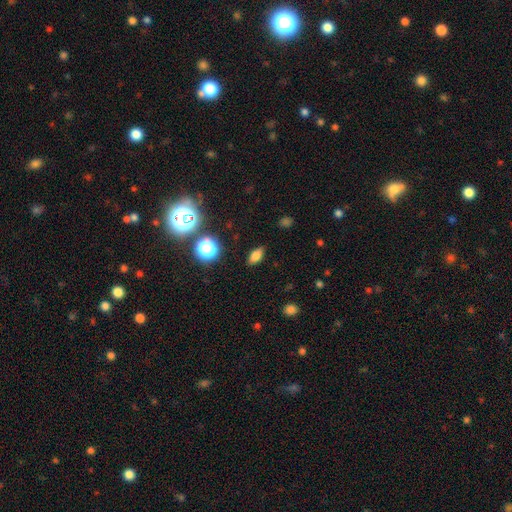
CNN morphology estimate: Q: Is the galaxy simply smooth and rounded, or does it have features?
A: smooth — 73%.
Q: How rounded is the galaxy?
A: in between — 81%.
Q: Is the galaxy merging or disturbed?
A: none — 87%.